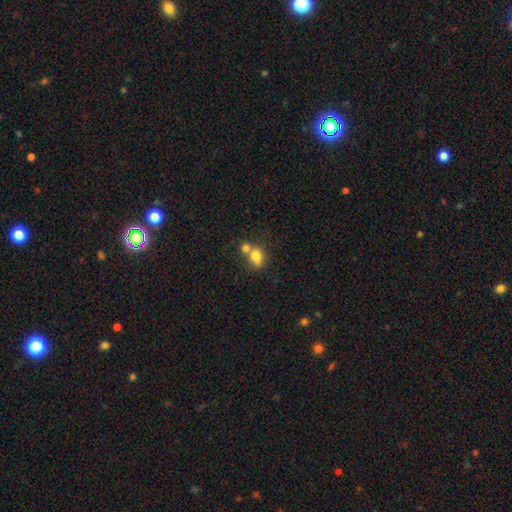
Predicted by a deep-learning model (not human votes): Smooth or featured? smooth (77%)
How rounded? round (54%)
Merging? merger (52%)